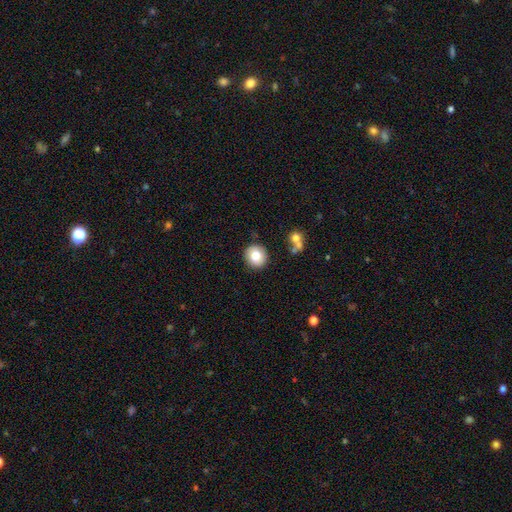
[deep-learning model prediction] This appears to be a smooth galaxy with no disk features (80%) that is round (89%). Merging: none (87%).